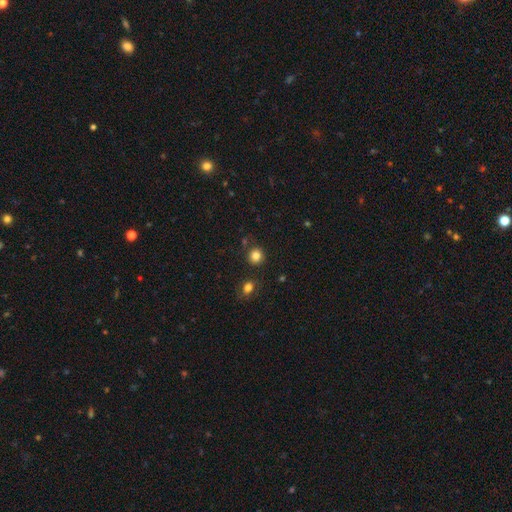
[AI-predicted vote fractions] A smooth galaxy with no disk features (83%) that is round (88%).

Vote fractions:
- Smooth or featured? smooth: 83% / star or artifact: 12% / featured or disk: 4%
- How rounded? round: 88% / in between: 11% / cigar-shaped: 1%
- Merging? none: 84% / minor disturbance: 8% / merger: 5% / major disturbance: 3%